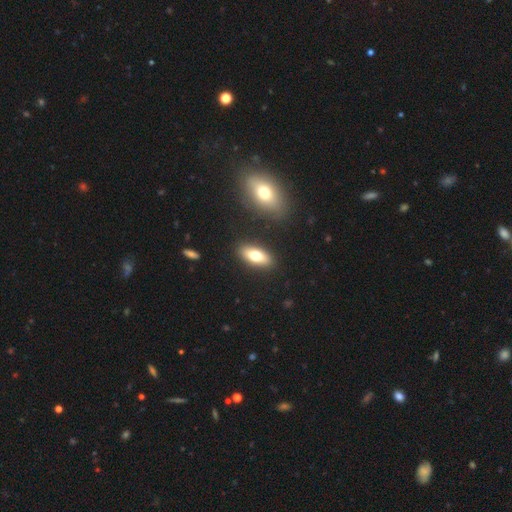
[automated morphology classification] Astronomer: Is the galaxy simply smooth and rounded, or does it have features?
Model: smooth — 69%.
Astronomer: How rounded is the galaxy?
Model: in between — 77%.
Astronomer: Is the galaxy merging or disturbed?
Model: none — 88%.